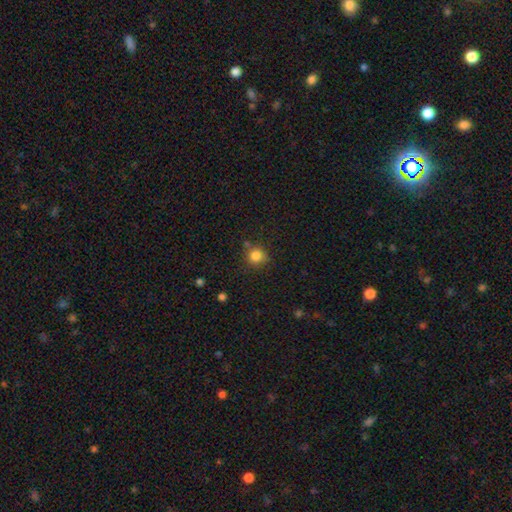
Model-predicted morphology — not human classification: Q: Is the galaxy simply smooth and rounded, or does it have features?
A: smooth — 82%.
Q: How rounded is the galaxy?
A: round — 92%.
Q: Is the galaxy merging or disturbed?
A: none — 77%.